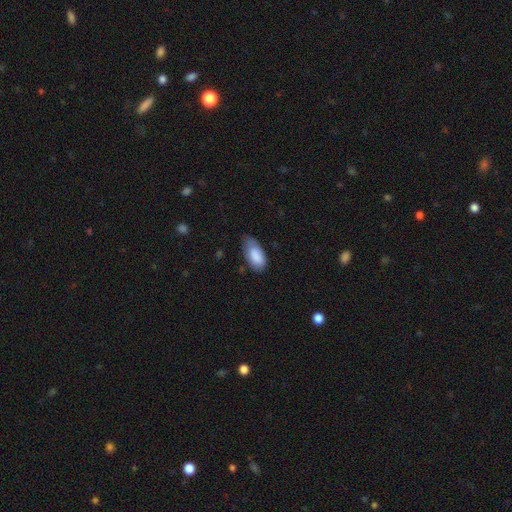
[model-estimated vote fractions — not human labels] smooth-or-featured: smooth: 86% | featured or disk: 8% | star or artifact: 6%
  how-rounded: in between: 93% | cigar-shaped: 5% | round: 2%
  merging: none: 51% | minor disturbance: 38% | major disturbance: 9% | merger: 2%